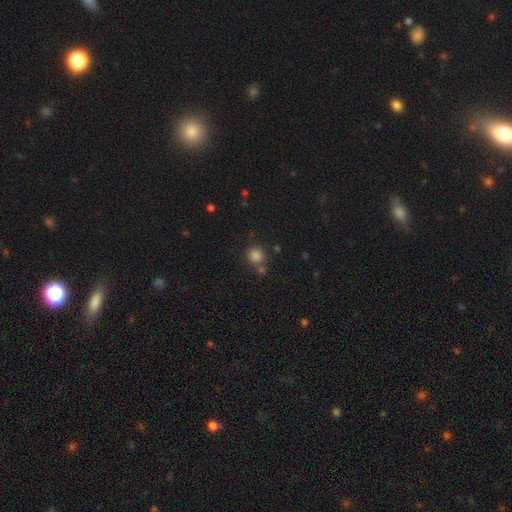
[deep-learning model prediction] smooth-or-featured: smooth: 83% | star or artifact: 13% | featured or disk: 5%
  how-rounded: round: 91% | in between: 8% | cigar-shaped: 1%
  merging: none: 71% | merger: 16% | minor disturbance: 9% | major disturbance: 4%